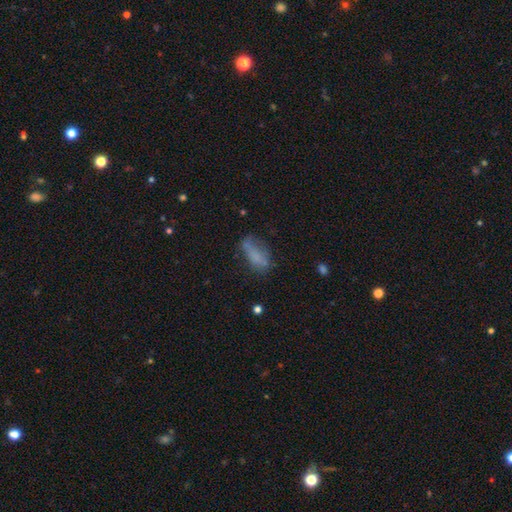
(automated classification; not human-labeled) The model was most divided on "merging": none: 44%, minor disturbance: 29%, major disturbance: 22%, merger: 5%. More confident: how rounded — in between (73%); smooth or featured — smooth (67%).